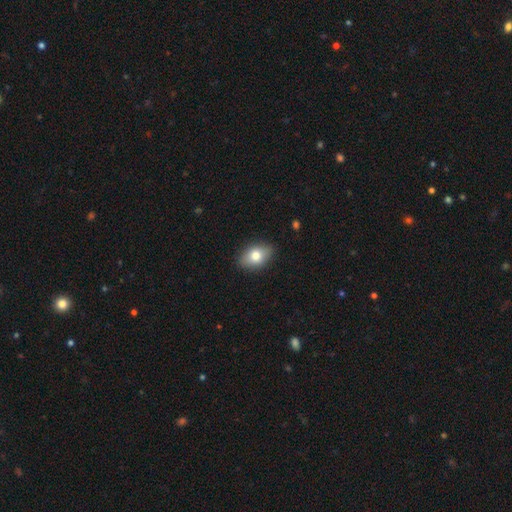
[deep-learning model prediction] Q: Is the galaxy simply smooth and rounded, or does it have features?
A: smooth — 77%.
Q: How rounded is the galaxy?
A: in between — 83%.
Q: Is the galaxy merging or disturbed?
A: none — 85%.